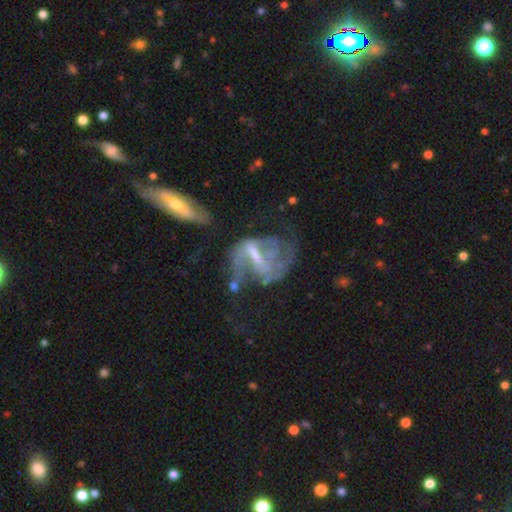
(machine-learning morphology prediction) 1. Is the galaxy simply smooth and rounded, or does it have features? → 79% featured or disk, 12% smooth, 9% star or artifact.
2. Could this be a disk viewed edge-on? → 96% no, 4% yes.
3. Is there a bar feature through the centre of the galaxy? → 42% strong, 40% weak, 18% no.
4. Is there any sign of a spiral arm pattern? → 77% yes, 23% no.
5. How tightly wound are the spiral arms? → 41% medium, 40% loose, 19% tight.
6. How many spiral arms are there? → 58% 2, 20% can't tell, 9% 1, 8% 3, 3% 4, 2% more than 4.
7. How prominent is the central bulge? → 33% none, 30% moderate, 30% small, 6% large, 2% dominant.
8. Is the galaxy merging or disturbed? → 38% major disturbance, 31% none, 17% minor disturbance, 13% merger.